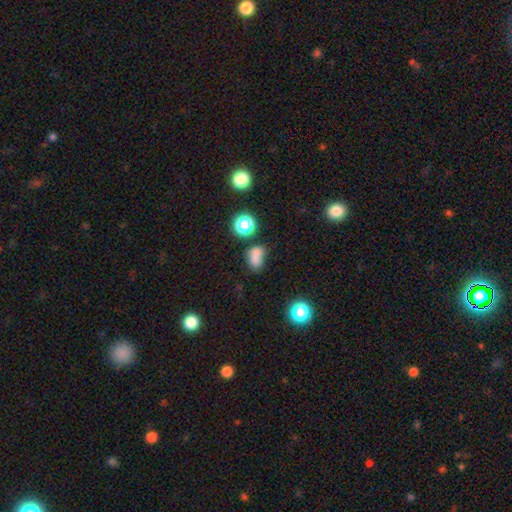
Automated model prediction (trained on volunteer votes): smooth 73%, star or artifact 17%, featured or disk 10%. Down the decision tree: how rounded — in between (68%); merging — none (43%).